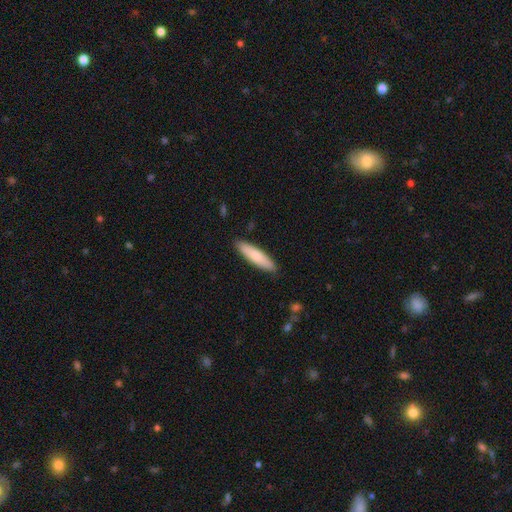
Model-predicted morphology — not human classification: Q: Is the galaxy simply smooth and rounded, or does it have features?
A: smooth — 78%.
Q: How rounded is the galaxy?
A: cigar-shaped — 75%.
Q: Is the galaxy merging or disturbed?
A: none — 89%.